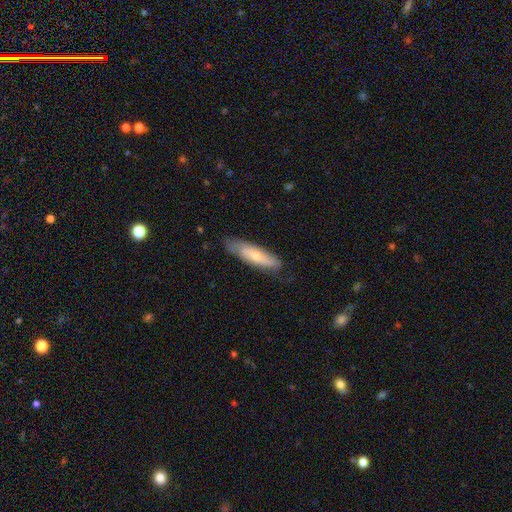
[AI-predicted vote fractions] A smooth galaxy with no disk features (56%) that is cigar-shaped (64%). Merging: none (73%).